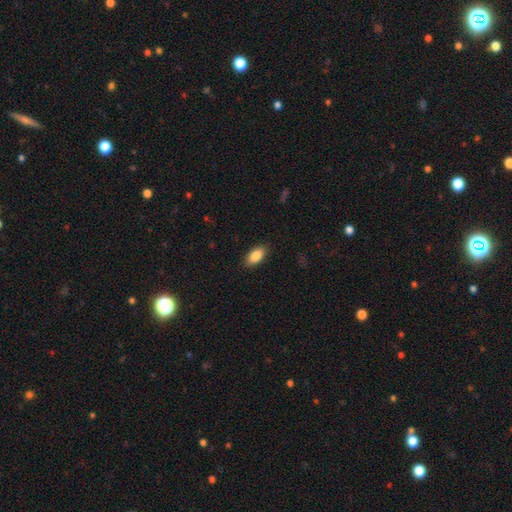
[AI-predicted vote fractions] smooth-or-featured: smooth: 87% | star or artifact: 7% | featured or disk: 6%
  how-rounded: in between: 92% | cigar-shaped: 6% | round: 3%
  merging: none: 87% | minor disturbance: 10% | major disturbance: 2% | merger: 1%